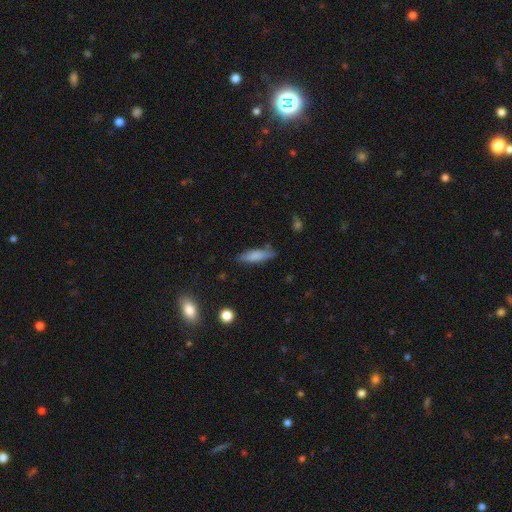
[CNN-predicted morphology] Smooth or featured? smooth (79%)
How rounded? cigar-shaped (63%)
Merging? none (80%)